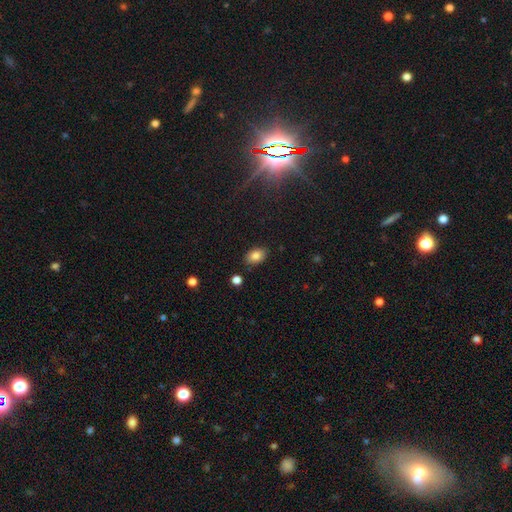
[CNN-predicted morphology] A smooth galaxy with no disk features (82%) that is in between round and cigar-shaped (86%).

Vote fractions:
- Smooth or featured? smooth: 82% / star or artifact: 9% / featured or disk: 9%
- How rounded? in between: 86% / round: 13% / cigar-shaped: 1%
- Merging? none: 85% / minor disturbance: 10% / major disturbance: 2% / merger: 2%